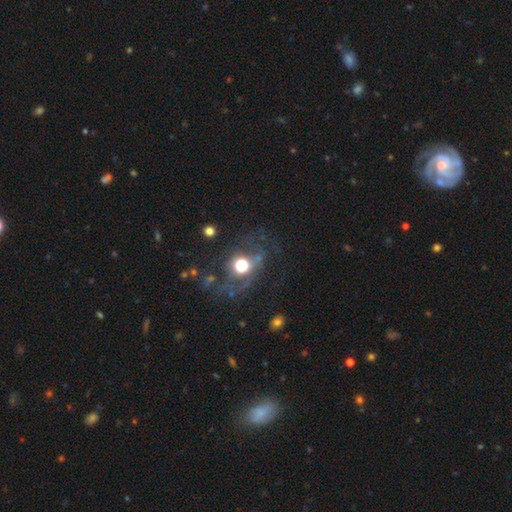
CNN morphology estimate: Overall: featured or disk (45%; smooth 29%). Merging: none (64%).